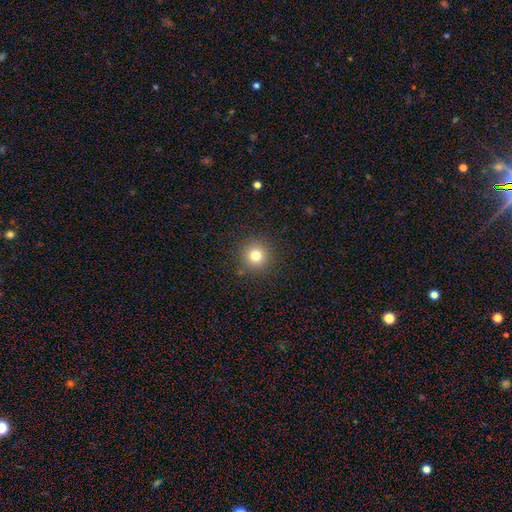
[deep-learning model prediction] This appears to be a smooth galaxy with no disk features (79%) that is round (95%). Merging: none (89%).